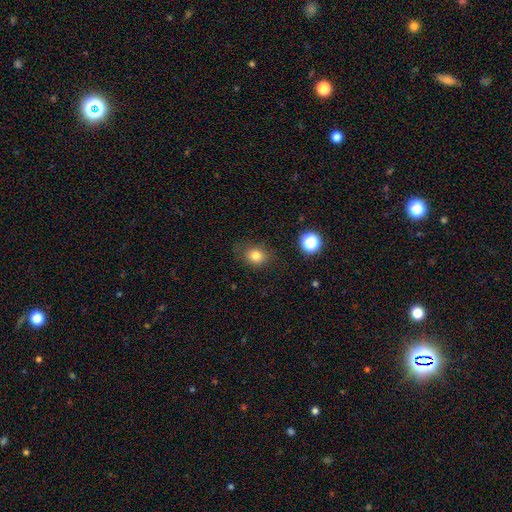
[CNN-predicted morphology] Smooth or featured? Predicted: smooth (p=0.79). How rounded? Predicted: round (p=0.60). Merging? Predicted: none (p=0.79).